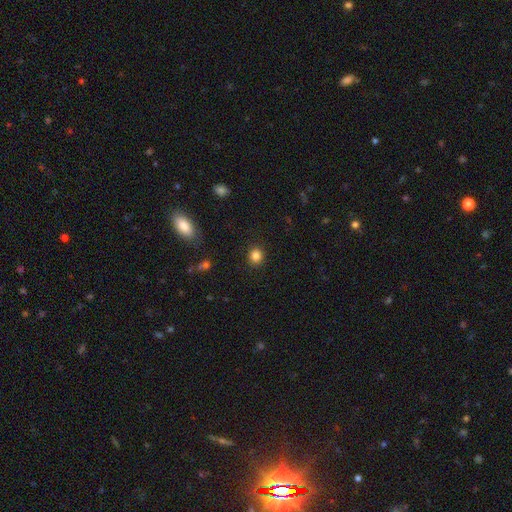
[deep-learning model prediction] Morphology: type=smooth (84%); roundness=round (82%); merging=none (90%).